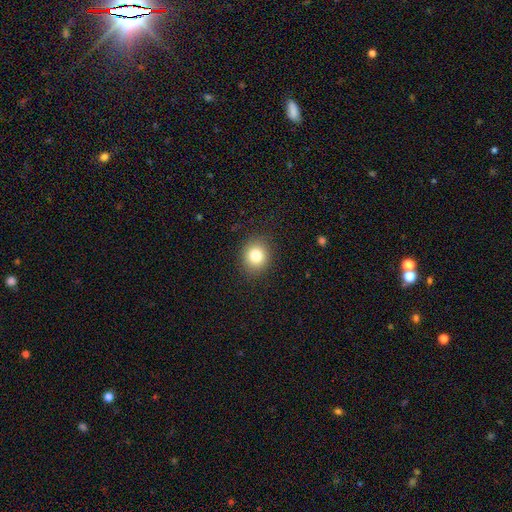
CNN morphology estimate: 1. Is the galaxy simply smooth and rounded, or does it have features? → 82% smooth, 11% star or artifact, 8% featured or disk.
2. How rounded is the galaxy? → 72% round, 27% in between, 1% cigar-shaped.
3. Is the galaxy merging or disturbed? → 88% none, 8% minor disturbance, 3% major disturbance, 1% merger.